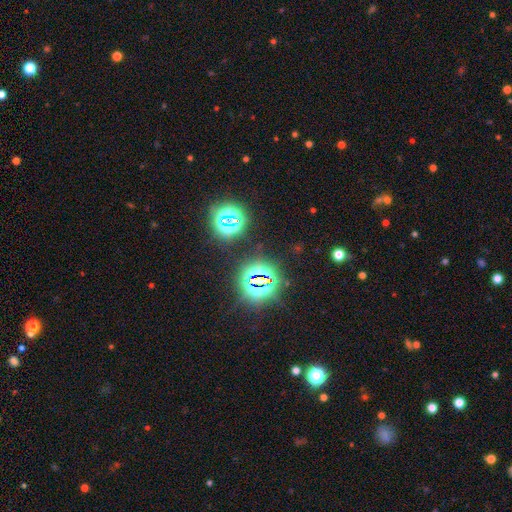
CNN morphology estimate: This is likely a star or artifact rather than a galaxy (80%).